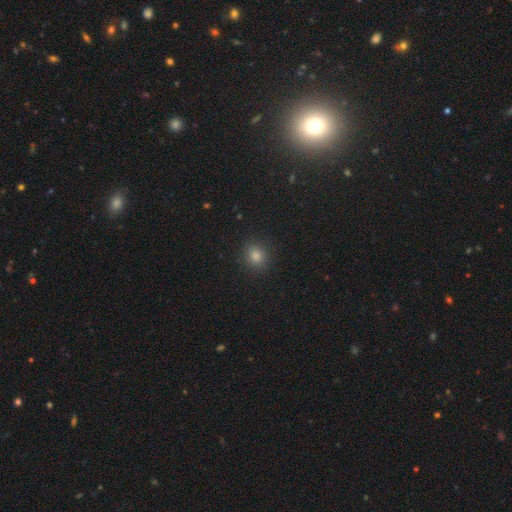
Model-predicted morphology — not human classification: Overall: smooth (79%). How rounded: round (88%). Merging: none (91%).